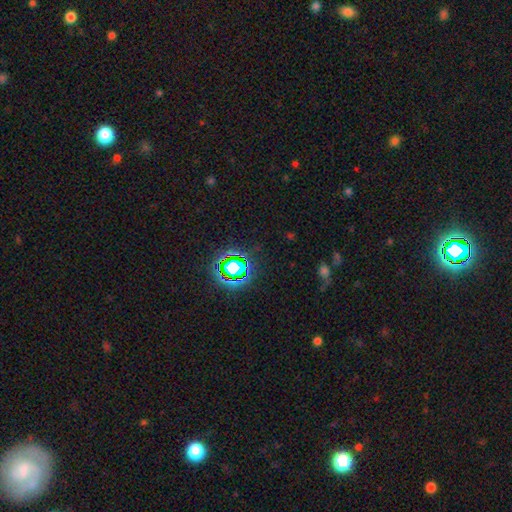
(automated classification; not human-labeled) Smooth or featured? star or artifact (75%)